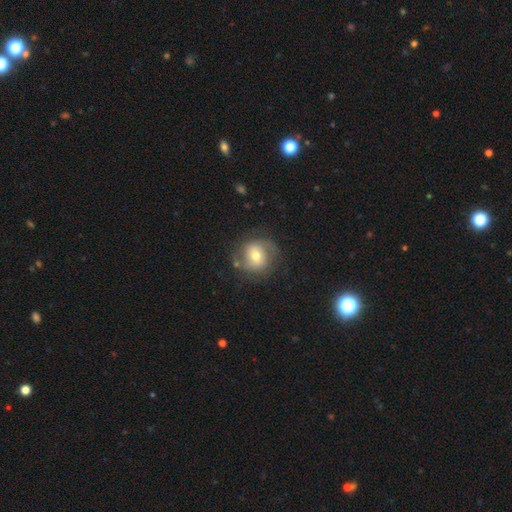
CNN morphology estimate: This appears to be a featured or disk galaxy (51%). Merging: none (69%).